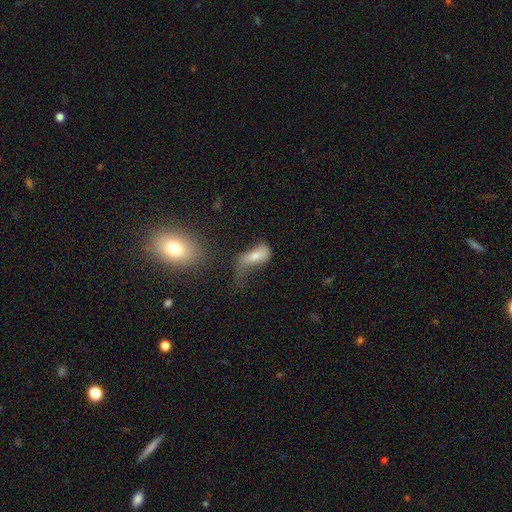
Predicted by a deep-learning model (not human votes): A smooth galaxy with no disk features (65%) that is in between round and cigar-shaped (79%). Merging: major disturbance (52%).